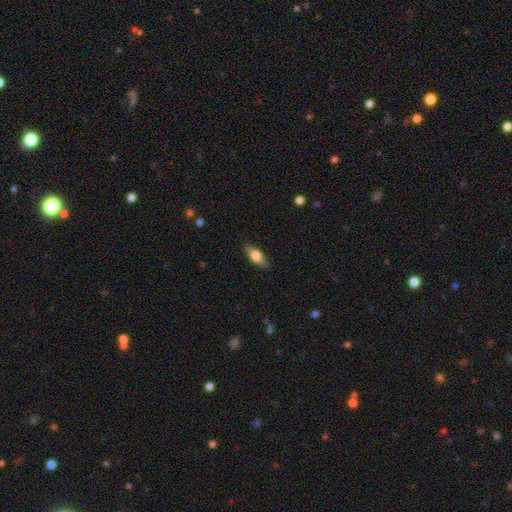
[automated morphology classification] Smooth or featured? smooth (68%)
How rounded? in between (73%)
Merging? none (85%)